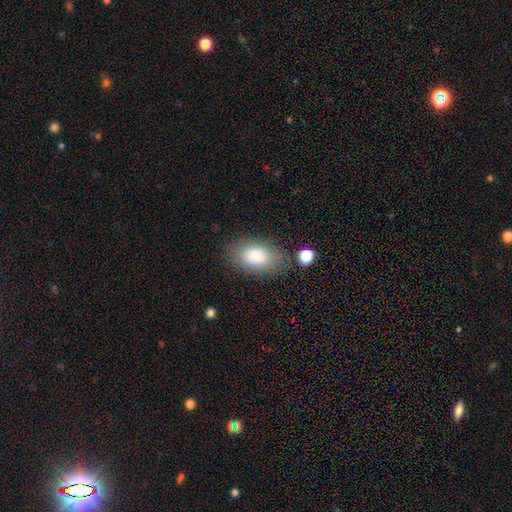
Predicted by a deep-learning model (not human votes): smooth-or-featured: smooth: 84% | featured or disk: 8% | star or artifact: 7%
  how-rounded: in between: 92% | round: 7% | cigar-shaped: 2%
  merging: none: 76% | minor disturbance: 15% | major disturbance: 5% | merger: 4%